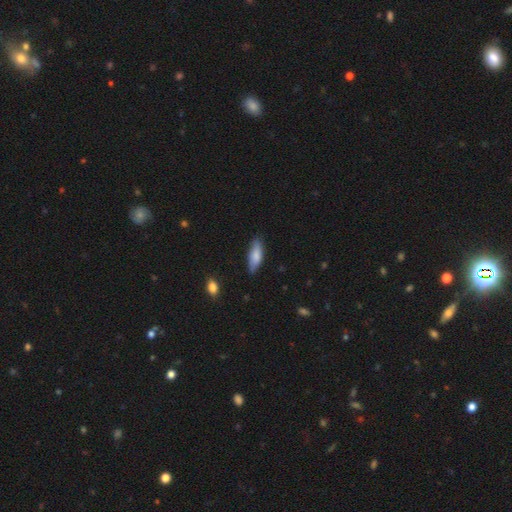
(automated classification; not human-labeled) A smooth galaxy with no disk features (78%) that is in between round and cigar-shaped (61%).

Vote fractions:
- Smooth or featured? smooth: 78% / featured or disk: 16% / star or artifact: 6%
- How rounded? in between: 61% / cigar-shaped: 37% / round: 2%
- Merging? none: 77% / minor disturbance: 19% / major disturbance: 3% / merger: 1%